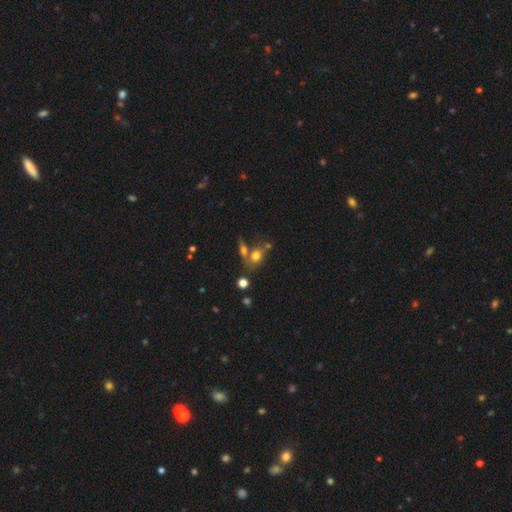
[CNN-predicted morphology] Smooth or featured? Predicted: smooth (p=0.72). How rounded? Predicted: in between (p=0.59). Merging? Predicted: none (p=0.43).